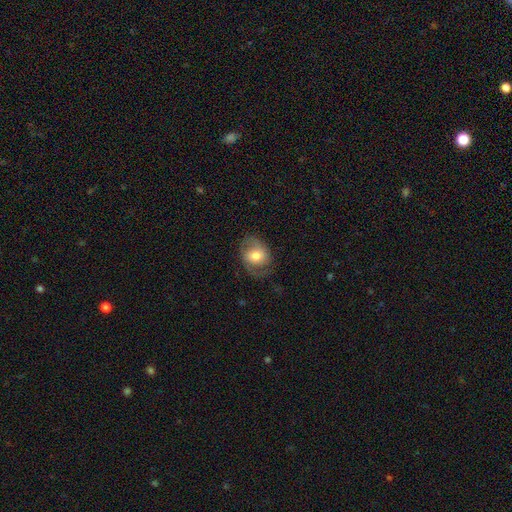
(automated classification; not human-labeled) Q: Smooth or featured?
A: featured or disk (47%); runner-up: smooth (46%)
Q: Merging?
A: none (63%); runner-up: minor disturbance (21%)